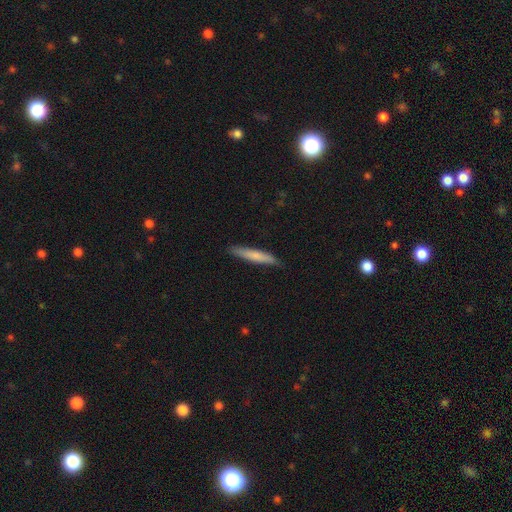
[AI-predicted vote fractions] Smooth or featured?
  - smooth: 71% *
  - featured or disk: 23%
  - star or artifact: 5%
How rounded?
  - cigar-shaped: 92% *
  - in between: 7%
  - round: 1%
Merging?
  - none: 87% *
  - minor disturbance: 10%
  - major disturbance: 2%
  - merger: 1%